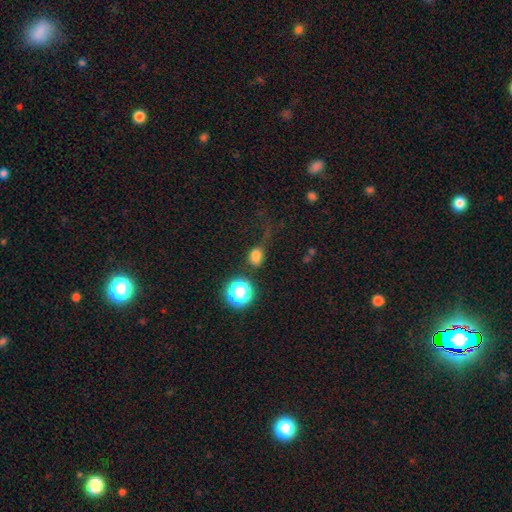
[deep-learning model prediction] A smooth galaxy with no disk features (75%) that is in between round and cigar-shaped (56%).

Vote fractions:
- Smooth or featured? smooth: 75% / star or artifact: 18% / featured or disk: 7%
- How rounded? in between: 56% / round: 42% / cigar-shaped: 2%
- Merging? none: 50% / minor disturbance: 22% / major disturbance: 22% / merger: 6%